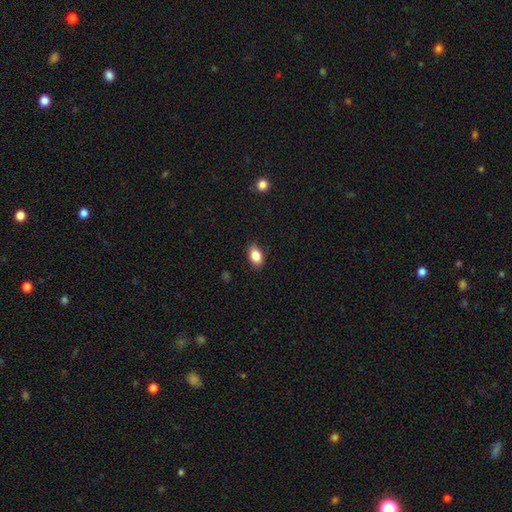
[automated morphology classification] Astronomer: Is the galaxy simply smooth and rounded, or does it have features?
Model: smooth — 85%.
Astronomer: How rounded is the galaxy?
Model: in between — 87%.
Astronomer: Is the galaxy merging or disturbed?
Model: none — 86%.